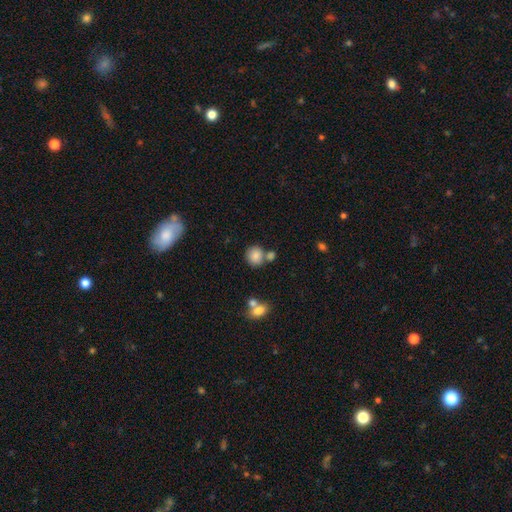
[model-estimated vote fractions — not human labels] Smooth or featured: smooth — 84% (star or artifact — 9%)
How rounded: round — 80% (in between — 19%)
Merging: none — 60% (merger — 23%)